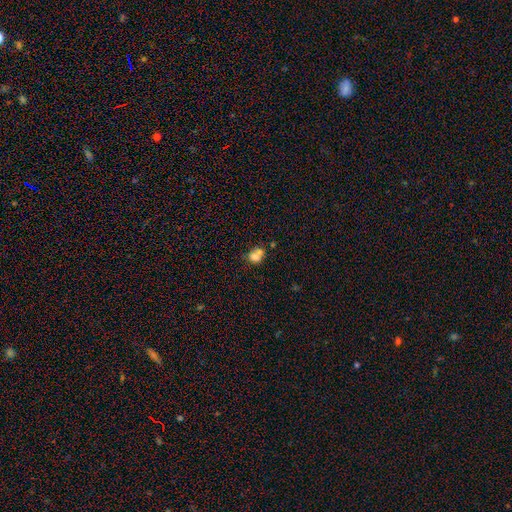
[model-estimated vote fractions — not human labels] Smooth or featured?
  - smooth: 70% *
  - featured or disk: 16%
  - star or artifact: 14%
How rounded?
  - round: 63% *
  - in between: 36%
  - cigar-shaped: 1%
Merging?
  - merger: 49% *
  - none: 33%
  - minor disturbance: 12%
  - major disturbance: 7%